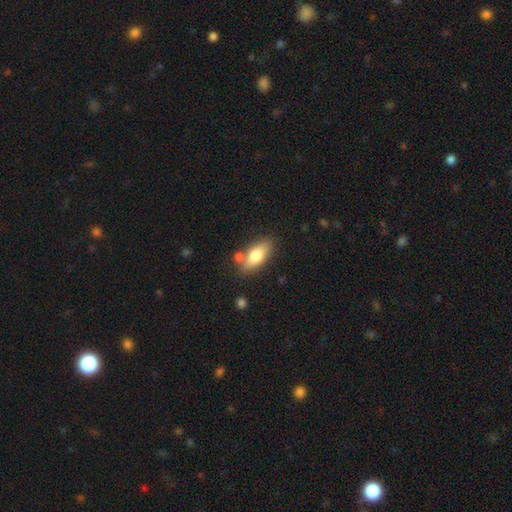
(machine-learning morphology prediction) Overall: smooth (77%). How rounded: in between (85%). Merging: none (74%).